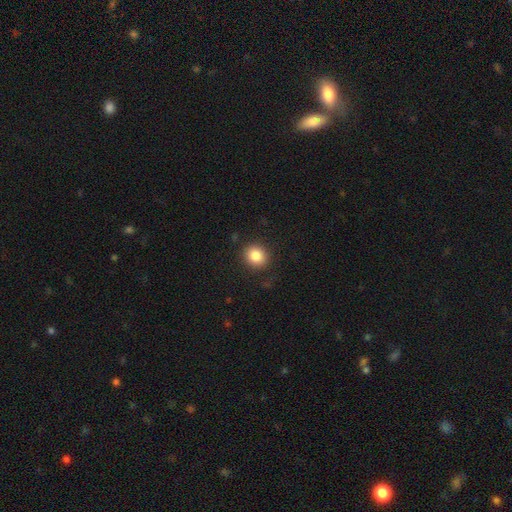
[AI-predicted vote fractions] This is clearly a smooth galaxy (84%). How rounded: likely round (78%). Merging: clearly none (88%).